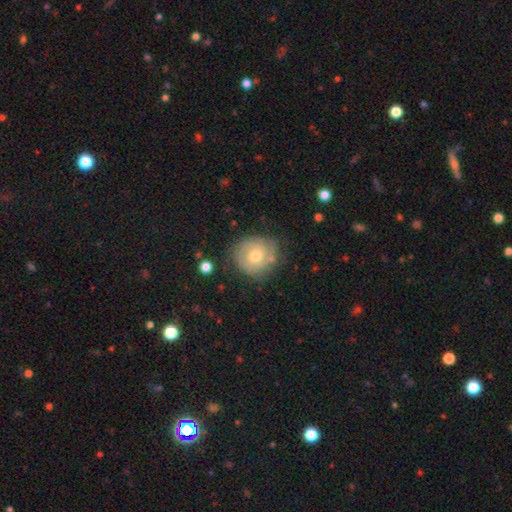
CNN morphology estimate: featured or disk 48%, smooth 44%, star or artifact 8%. Down the decision tree: merging — none (67%).